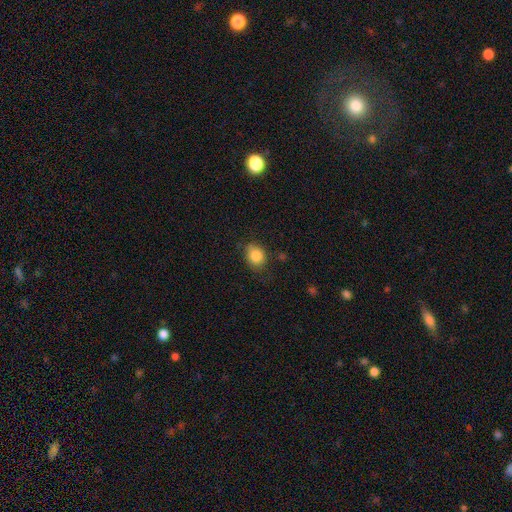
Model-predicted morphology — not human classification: Overall: smooth (85%). How rounded: round (53%; in between 46%). Merging: none (71%).